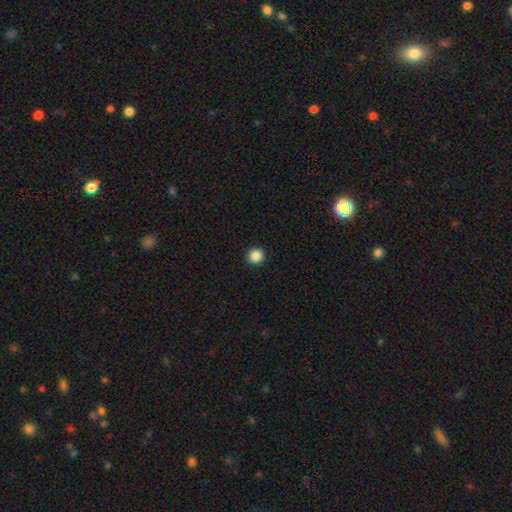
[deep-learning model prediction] Smooth or featured: smooth — 87% (star or artifact — 10%)
How rounded: round — 95% (in between — 4%)
Merging: none — 94% (minor disturbance — 4%)